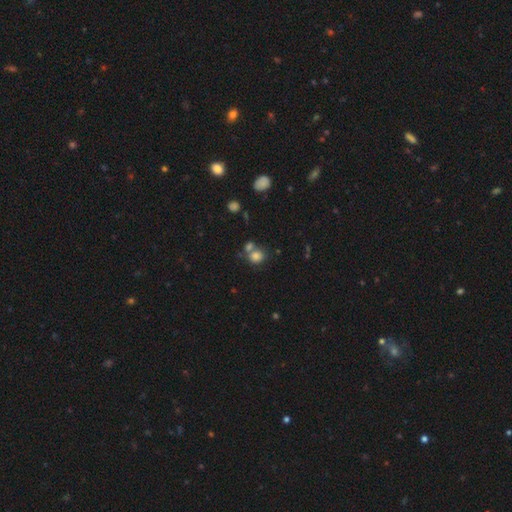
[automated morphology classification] Smooth or featured? smooth (80%)
How rounded? round (74%)
Merging? none (52%)